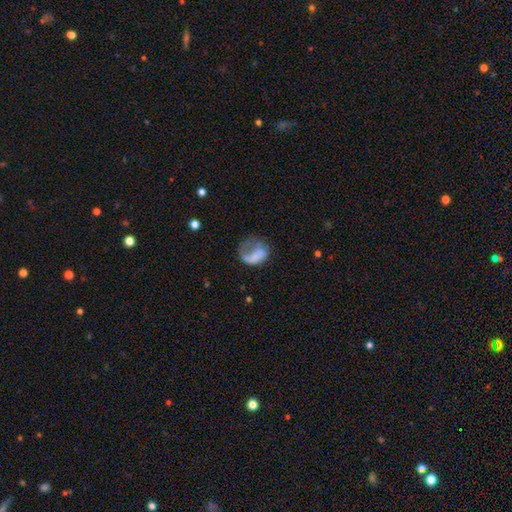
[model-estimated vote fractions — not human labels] Overall: smooth (51%; featured or disk 39%). How rounded: in between (61%; round 38%). Merging: major disturbance (52%; none 26%).